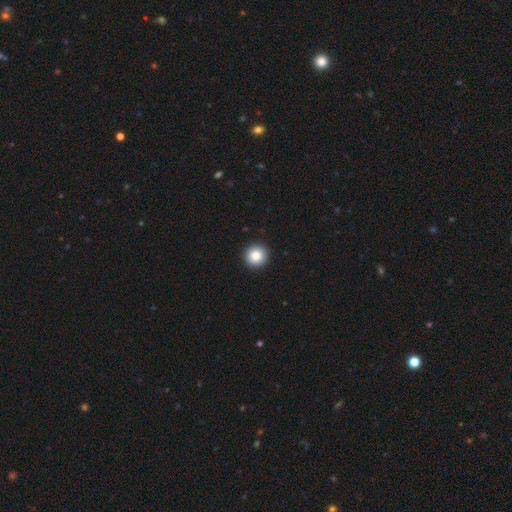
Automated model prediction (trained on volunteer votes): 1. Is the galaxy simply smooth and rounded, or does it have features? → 86% smooth, 9% star or artifact, 5% featured or disk.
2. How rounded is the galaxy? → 95% round, 4% in between, 1% cigar-shaped.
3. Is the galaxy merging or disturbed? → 93% none, 4% minor disturbance, 1% major disturbance, 1% merger.